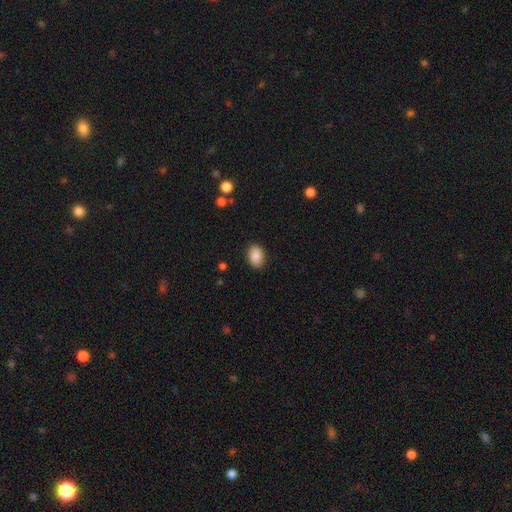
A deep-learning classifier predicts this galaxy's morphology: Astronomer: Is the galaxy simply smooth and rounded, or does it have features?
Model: smooth — 87%.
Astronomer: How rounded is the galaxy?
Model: in between — 78%.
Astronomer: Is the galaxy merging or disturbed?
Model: none — 89%.